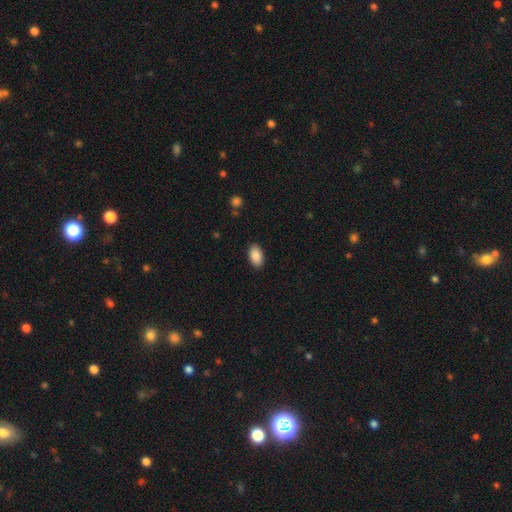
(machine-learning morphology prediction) Smooth or featured? smooth (90%)
How rounded? in between (95%)
Merging? none (89%)